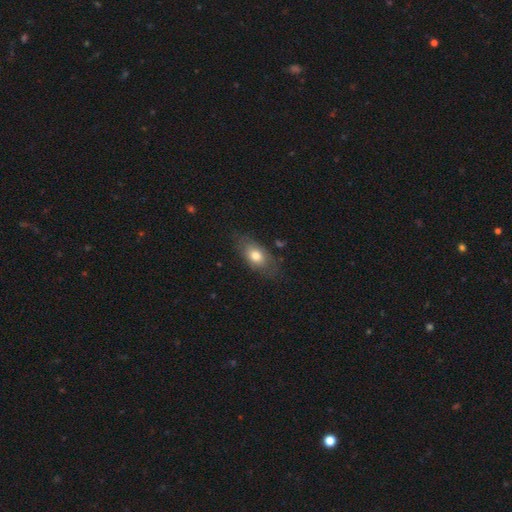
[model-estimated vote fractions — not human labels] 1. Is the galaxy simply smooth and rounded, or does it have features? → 71% smooth, 21% featured or disk, 7% star or artifact.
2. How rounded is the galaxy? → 85% in between, 9% round, 6% cigar-shaped.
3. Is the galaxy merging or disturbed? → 74% none, 19% minor disturbance, 6% major disturbance, 2% merger.